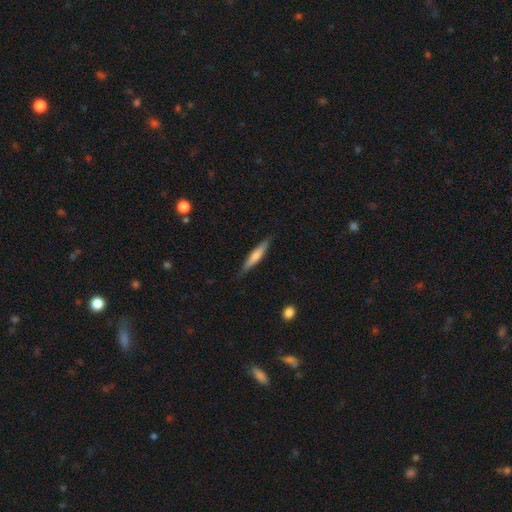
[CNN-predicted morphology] smooth-or-featured: smooth: 62% | featured or disk: 33% | star or artifact: 5%
  how-rounded: cigar-shaped: 91% | in between: 8% | round: 1%
  merging: none: 86% | minor disturbance: 11% | major disturbance: 2% | merger: 1%